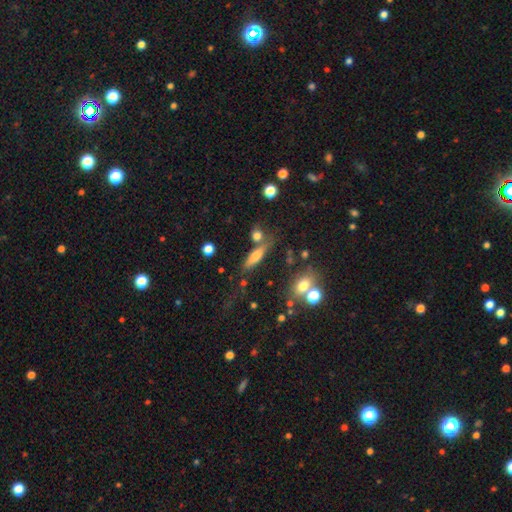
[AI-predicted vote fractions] This appears to be a smooth galaxy with no disk features (61%) that is cigar-shaped (55%). Merging: none (59%).